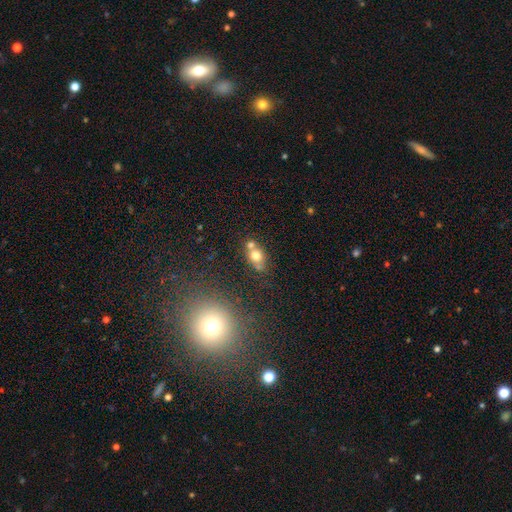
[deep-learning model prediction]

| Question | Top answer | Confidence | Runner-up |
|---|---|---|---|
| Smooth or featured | smooth | 69% | featured or disk (18%) |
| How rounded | in between | 49% | round (48%) |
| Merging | none | 43% | merger (42%) |